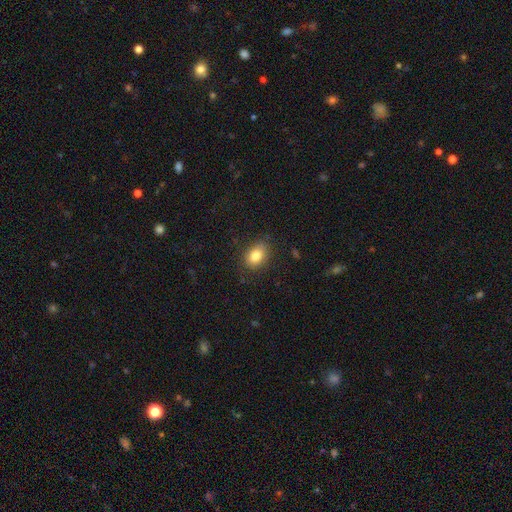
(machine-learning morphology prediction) Smooth or featured? Predicted: smooth (p=0.83). How rounded? Predicted: in between (p=0.75). Merging? Predicted: none (p=0.83).